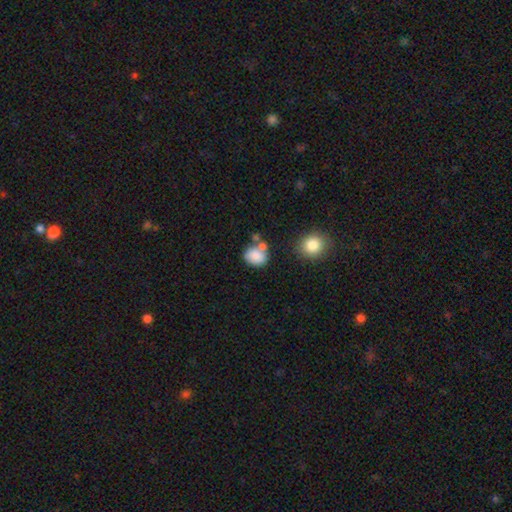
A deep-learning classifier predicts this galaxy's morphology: Overall: smooth (83%). How rounded: round (55%; in between 44%). Merging: none (52%; merger 23%).